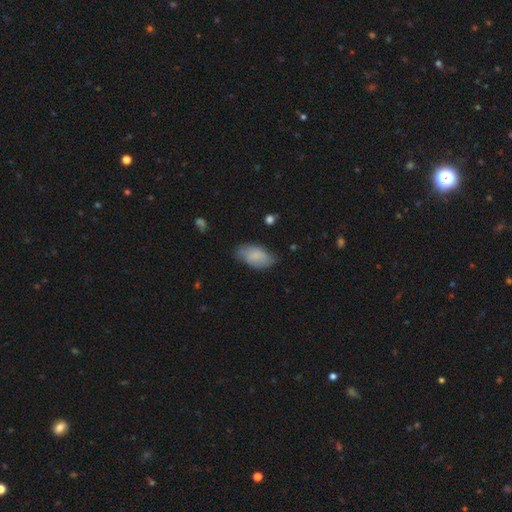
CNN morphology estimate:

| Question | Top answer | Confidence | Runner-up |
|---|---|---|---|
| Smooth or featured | smooth | 80% | featured or disk (13%) |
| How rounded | in between | 94% | round (4%) |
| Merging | none | 65% | minor disturbance (28%) |